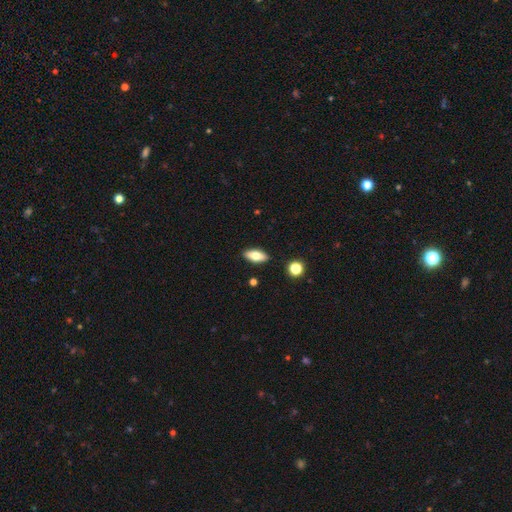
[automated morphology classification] smooth_or_featured: smooth (p=0.69) [alt: featured or disk p=0.24]
how_rounded: in between (p=0.79) [alt: cigar-shaped p=0.17]
merging: none (p=0.88) [alt: minor disturbance p=0.08]